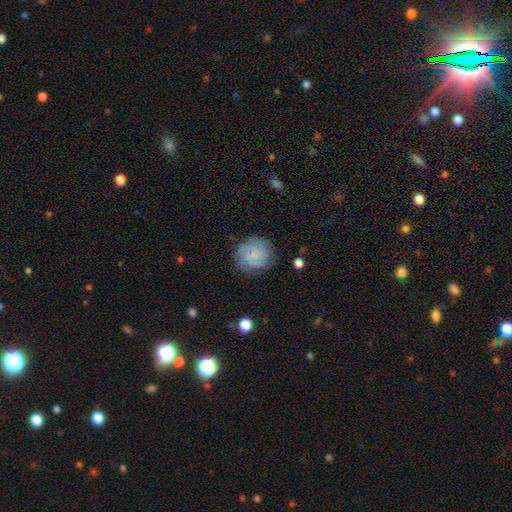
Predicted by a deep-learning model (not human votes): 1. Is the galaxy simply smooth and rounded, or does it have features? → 66% smooth, 23% featured or disk, 11% star or artifact.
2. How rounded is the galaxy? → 85% round, 14% in between, 1% cigar-shaped.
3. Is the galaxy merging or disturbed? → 75% none, 16% minor disturbance, 6% major disturbance, 2% merger.